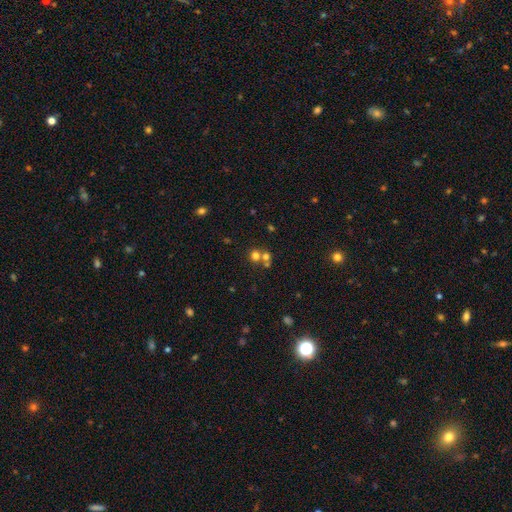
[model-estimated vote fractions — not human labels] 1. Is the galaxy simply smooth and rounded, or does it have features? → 67% smooth, 20% star or artifact, 13% featured or disk.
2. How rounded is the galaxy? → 86% round, 13% in between, 1% cigar-shaped.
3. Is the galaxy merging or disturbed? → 49% none, 43% merger, 6% minor disturbance, 3% major disturbance.